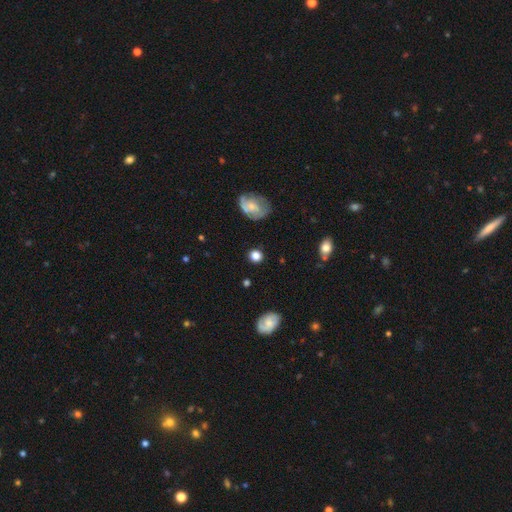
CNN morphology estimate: This is likely a smooth galaxy (77%). How rounded: clearly round (82%). Merging: clearly none (82%).